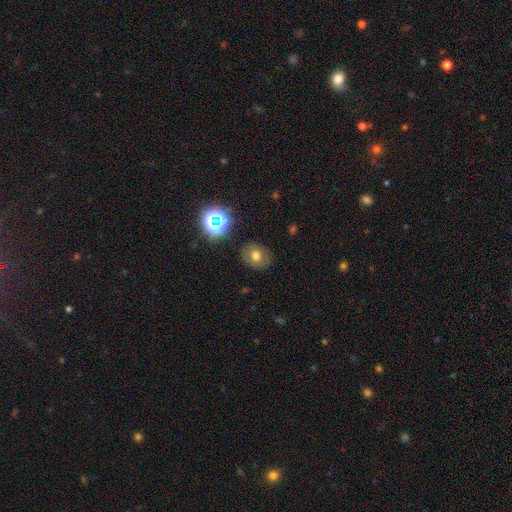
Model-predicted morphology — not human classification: Smooth or featured?
  - smooth: 65% *
  - star or artifact: 18%
  - featured or disk: 17%
How rounded?
  - round: 62% *
  - in between: 38%
  - cigar-shaped: 1%
Merging?
  - none: 84% *
  - minor disturbance: 10%
  - major disturbance: 4%
  - merger: 2%